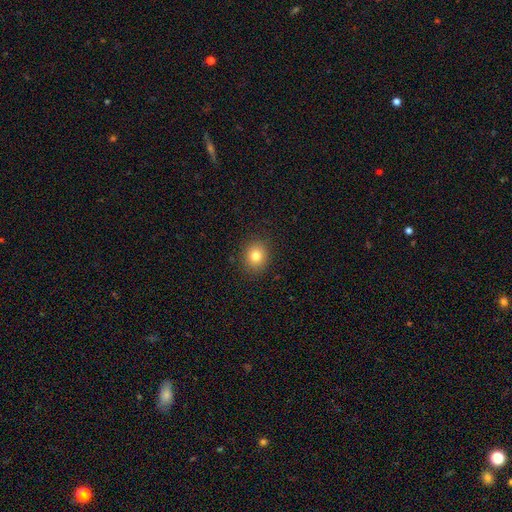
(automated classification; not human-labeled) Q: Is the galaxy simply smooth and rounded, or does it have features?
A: smooth — 80%.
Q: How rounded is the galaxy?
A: round — 73%.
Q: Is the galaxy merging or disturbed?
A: none — 89%.